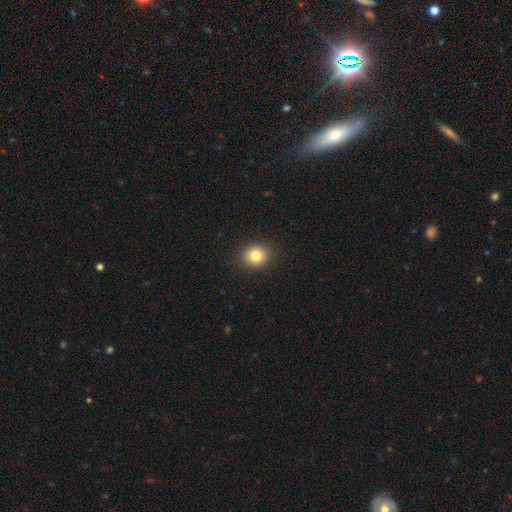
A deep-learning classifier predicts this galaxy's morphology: smooth_or_featured: smooth (p=0.82) [alt: star or artifact p=0.11]
how_rounded: round (p=0.74) [alt: in between p=0.25]
merging: none (p=0.91) [alt: minor disturbance p=0.06]